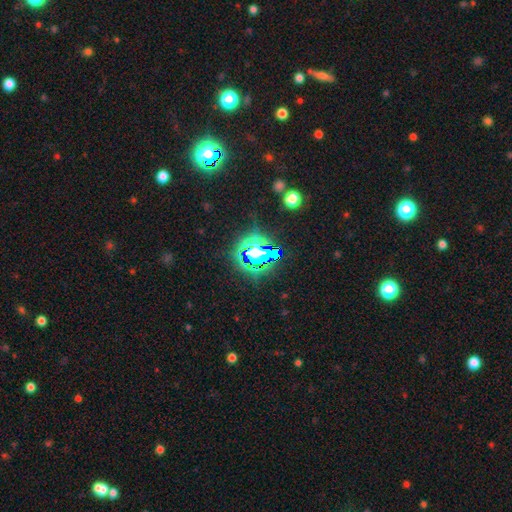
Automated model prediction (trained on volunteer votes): A star or artifact, not a galaxy (65%).

Vote fractions:
- Smooth or featured? star or artifact: 65% / smooth: 23% / featured or disk: 12%